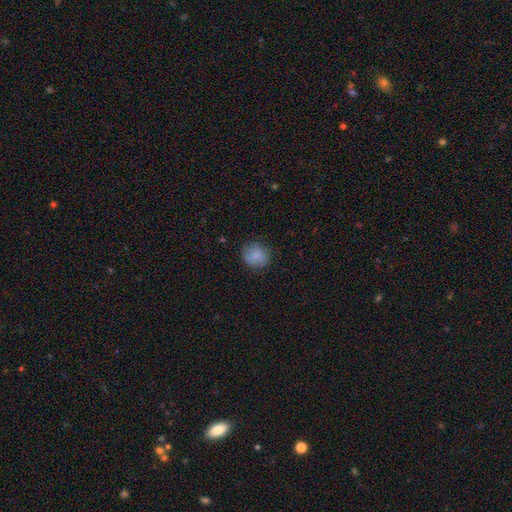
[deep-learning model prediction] Morphology: type=smooth (84%); roundness=round (81%); merging=none (80%).